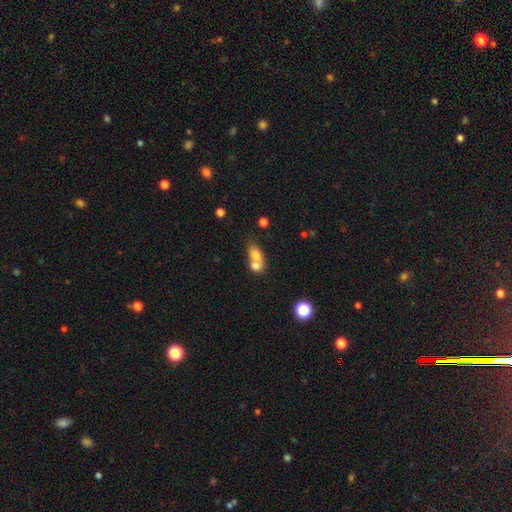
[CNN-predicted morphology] smooth_or_featured: smooth (p=0.72) [alt: featured or disk p=0.19]
how_rounded: in between (p=0.61) [alt: round p=0.35]
merging: merger (p=0.72) [alt: none p=0.19]